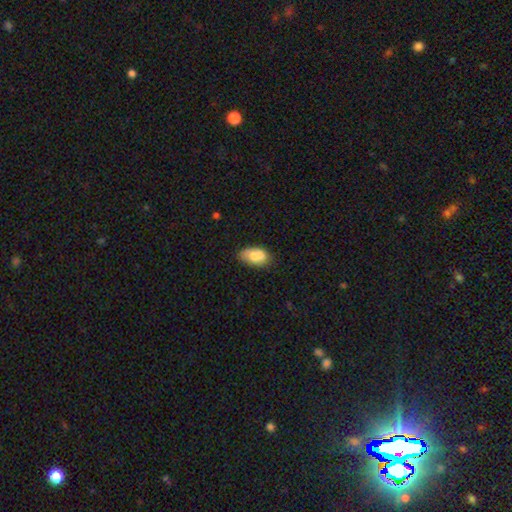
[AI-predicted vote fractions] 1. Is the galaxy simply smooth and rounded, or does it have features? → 69% smooth, 24% featured or disk, 8% star or artifact.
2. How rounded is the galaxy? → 90% in between, 8% round, 2% cigar-shaped.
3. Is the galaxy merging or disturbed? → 47% none, 23% minor disturbance, 23% merger, 7% major disturbance.